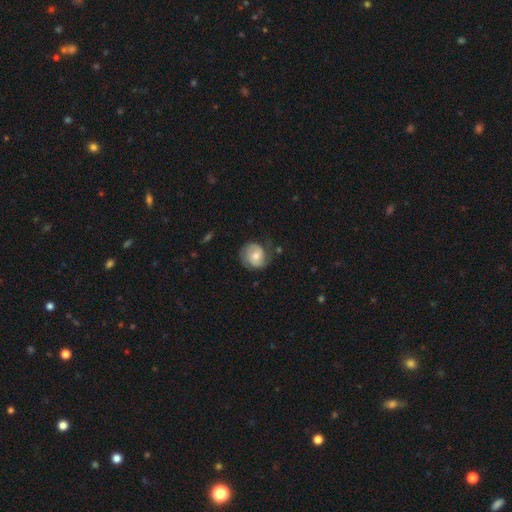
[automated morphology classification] Overall: featured or disk (54%; smooth 40%). Edge-on disk: no (97%). Bar: no (69%). Spiral arms: yes (82%). Bulge size: moderate (62%; small 31%). Merging: none (63%; minor disturbance 24%).